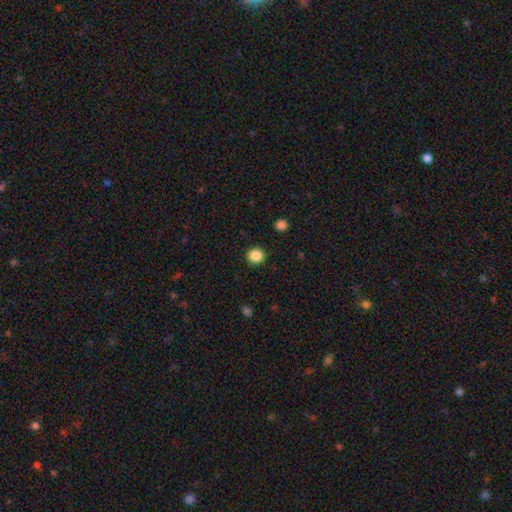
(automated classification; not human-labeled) This is clearly a smooth galaxy (87%). How rounded: clearly round (94%). Merging: clearly none (93%).